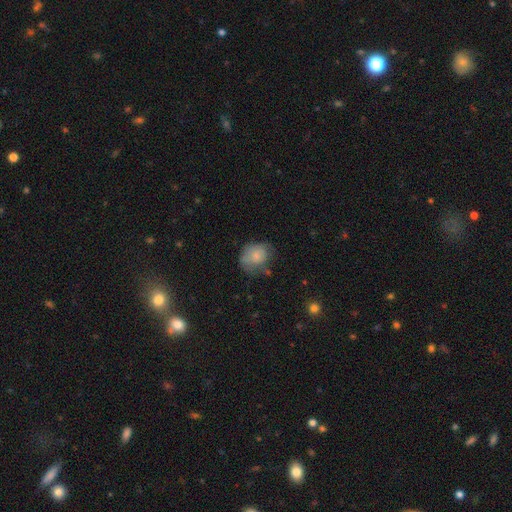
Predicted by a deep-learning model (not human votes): This appears to be a smooth galaxy with no disk features (71%) that is round (63%). Merging: none (46%).